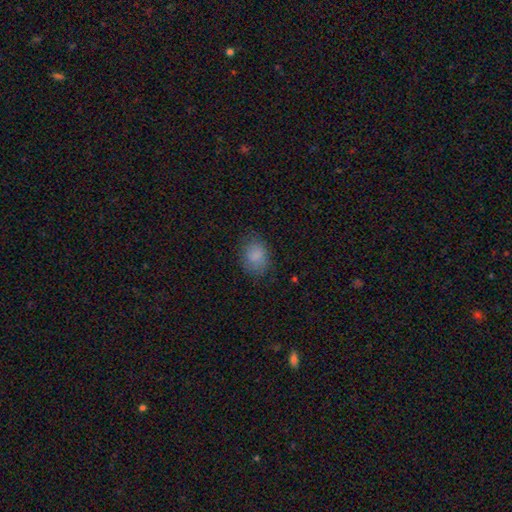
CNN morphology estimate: This appears to be a smooth galaxy with no disk features (85%) that is in between round and cigar-shaped (66%). Merging: none (75%).